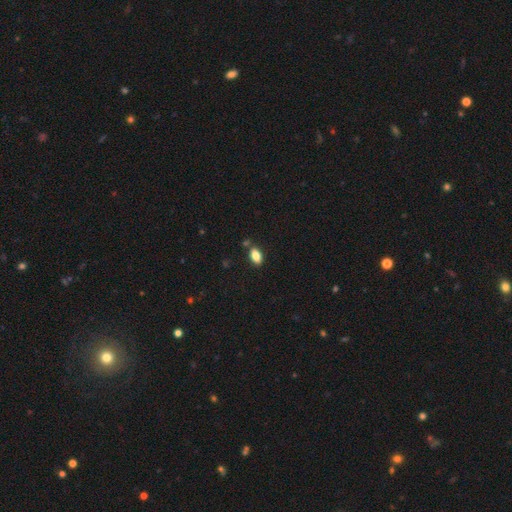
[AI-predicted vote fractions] A smooth galaxy with no disk features (82%) that is in between round and cigar-shaped (90%). Merging: none (78%).